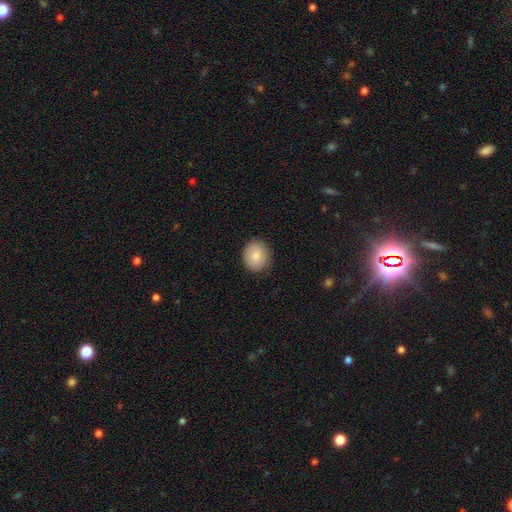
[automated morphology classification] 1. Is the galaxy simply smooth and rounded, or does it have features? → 85% smooth, 8% featured or disk, 7% star or artifact.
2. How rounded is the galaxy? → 72% round, 28% in between, 1% cigar-shaped.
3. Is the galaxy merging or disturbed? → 89% none, 8% minor disturbance, 2% major disturbance, 1% merger.